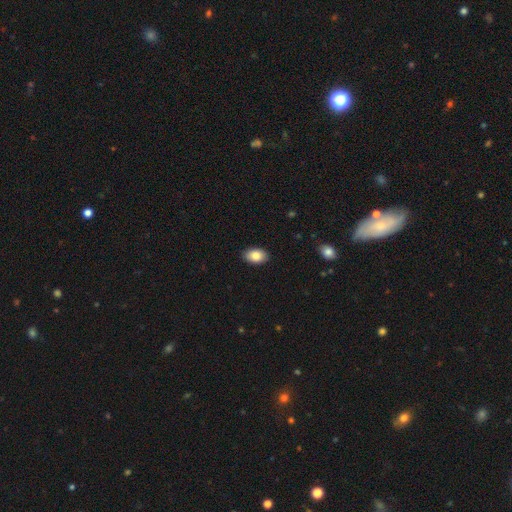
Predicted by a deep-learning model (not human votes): Morphology: type=smooth (86%); roundness=in between (91%); merging=none (90%).